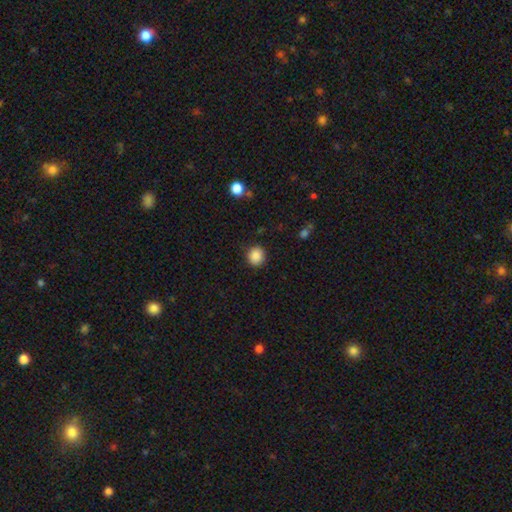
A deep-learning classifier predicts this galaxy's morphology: Smooth or featured? smooth (87%)
How rounded? round (86%)
Merging? none (88%)